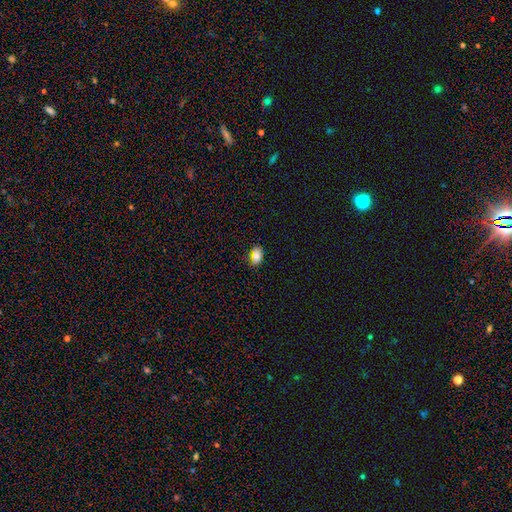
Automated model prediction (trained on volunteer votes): This appears to be a smooth galaxy with no disk features (79%) that is in between round and cigar-shaped (84%). Merging: none (74%).